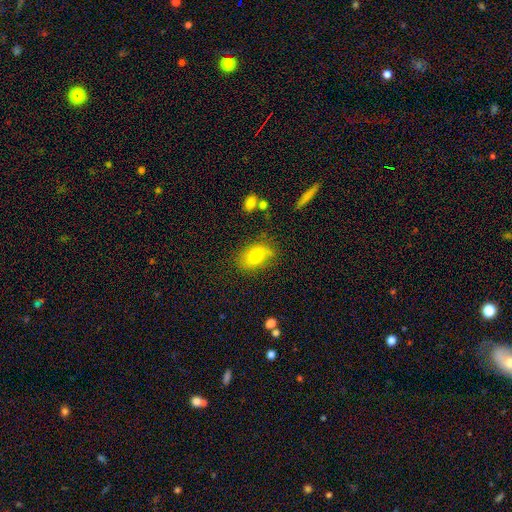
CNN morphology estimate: A smooth galaxy with no disk features (78%) that is in between round and cigar-shaped (87%). Merging: none (67%).